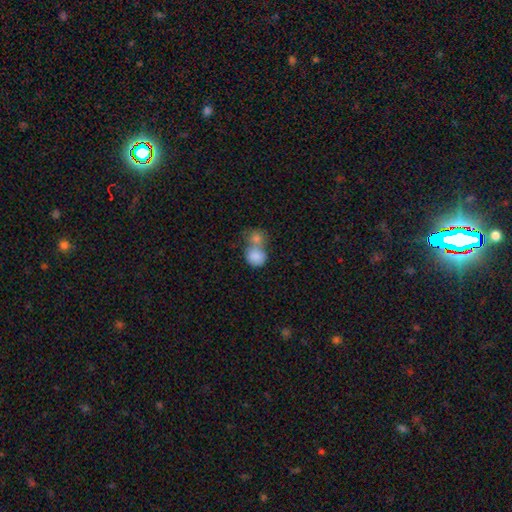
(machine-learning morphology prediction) smooth 84%, featured or disk 8%, star or artifact 8%. Down the decision tree: how rounded — round (76%); merging — merger (61%).